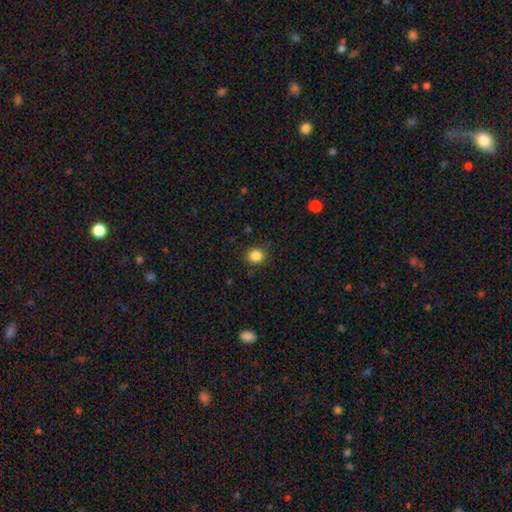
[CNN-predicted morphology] A smooth galaxy with no disk features (85%) that is round (87%).

Vote fractions:
- Smooth or featured? smooth: 85% / star or artifact: 11% / featured or disk: 4%
- How rounded? round: 87% / in between: 12% / cigar-shaped: 1%
- Merging? none: 86% / minor disturbance: 10% / major disturbance: 3% / merger: 1%